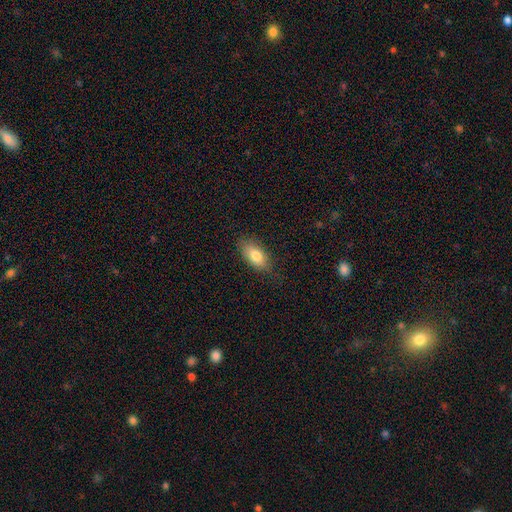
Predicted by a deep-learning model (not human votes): Smooth or featured? Predicted: smooth (p=0.81). How rounded? Predicted: in between (p=0.89). Merging? Predicted: none (p=0.82).